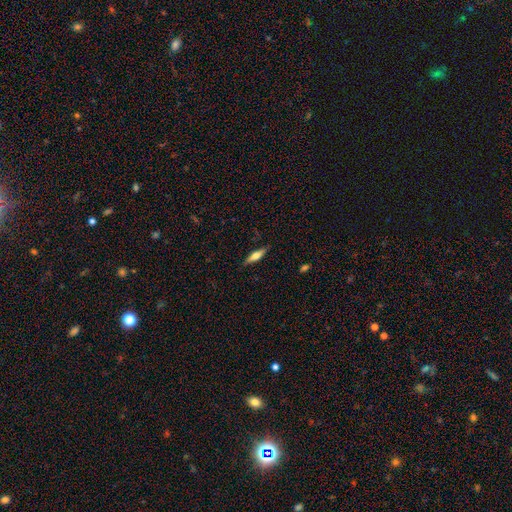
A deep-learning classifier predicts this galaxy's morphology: This is possibly a smooth galaxy (49%). Merging: clearly none (86%).